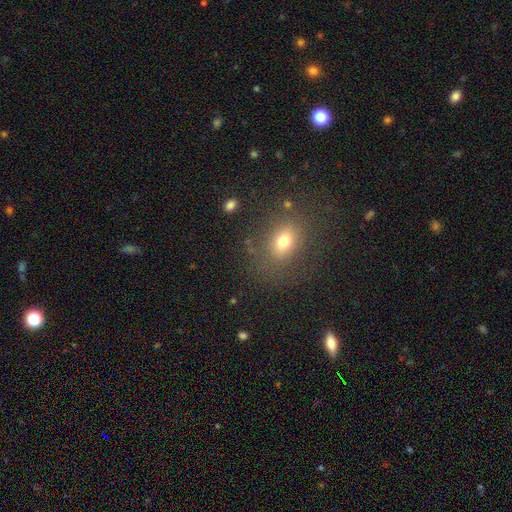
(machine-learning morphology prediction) Smooth or featured? Predicted: smooth (p=0.61). How rounded? Predicted: round (p=0.52). Merging? Predicted: none (p=0.83).